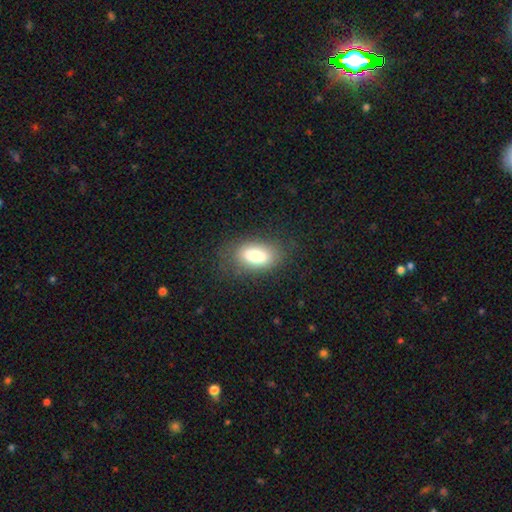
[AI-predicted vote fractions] A smooth galaxy with no disk features (77%) that is in between round and cigar-shaped (90%). Merging: none (77%).